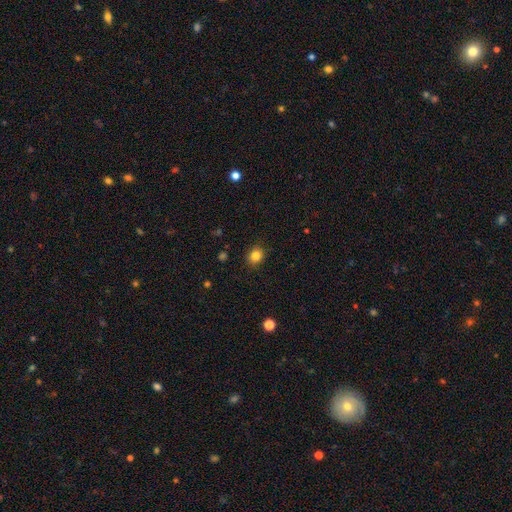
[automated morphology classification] The model was most divided on "how rounded": round: 72%, in between: 27%, cigar-shaped: 1%. More confident: merging — none (88%); smooth or featured — smooth (84%).